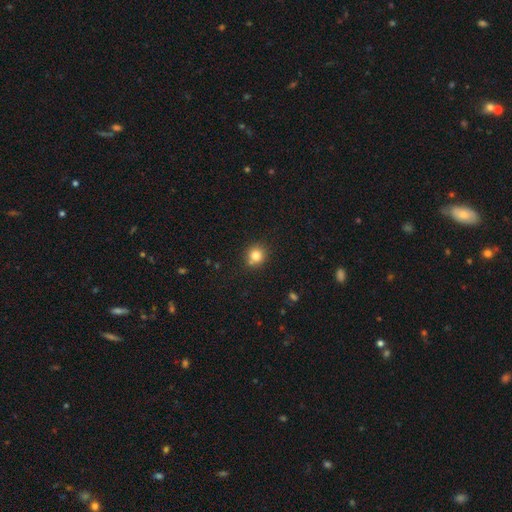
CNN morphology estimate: smooth-or-featured: smooth: 80% | star or artifact: 12% | featured or disk: 8%
  how-rounded: round: 89% | in between: 10% | cigar-shaped: 1%
  merging: none: 77% | minor disturbance: 12% | merger: 8% | major disturbance: 3%